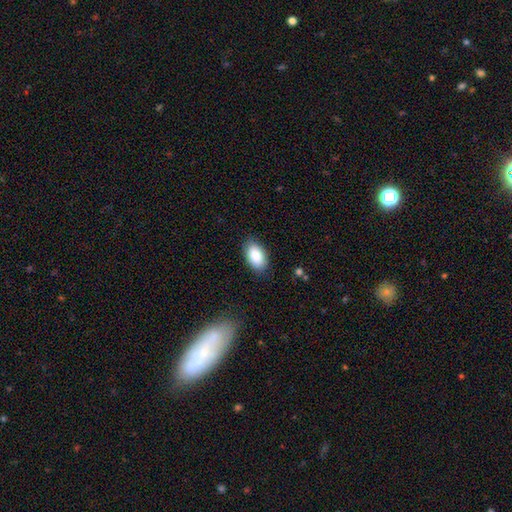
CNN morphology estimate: smooth-or-featured: smooth: 88% | star or artifact: 6% | featured or disk: 5%
  how-rounded: in between: 94% | round: 4% | cigar-shaped: 2%
  merging: none: 85% | minor disturbance: 11% | major disturbance: 3% | merger: 1%